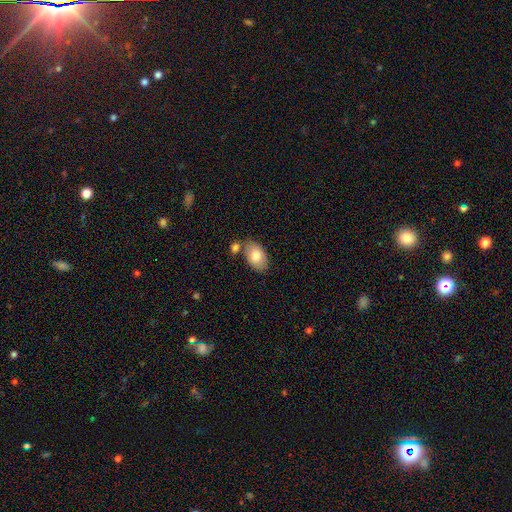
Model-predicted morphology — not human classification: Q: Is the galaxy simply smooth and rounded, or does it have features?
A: smooth — 80%.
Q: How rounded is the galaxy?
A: in between — 91%.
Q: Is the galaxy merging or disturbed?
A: none — 67%.